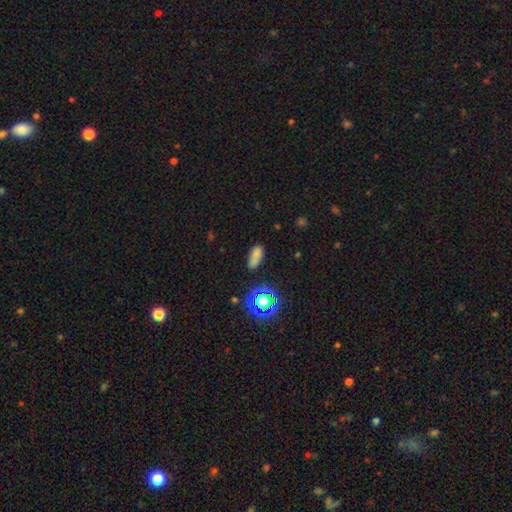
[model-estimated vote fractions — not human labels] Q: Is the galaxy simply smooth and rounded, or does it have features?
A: smooth — 71%.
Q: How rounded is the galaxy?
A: in between — 80%.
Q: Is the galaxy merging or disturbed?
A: none — 62%.